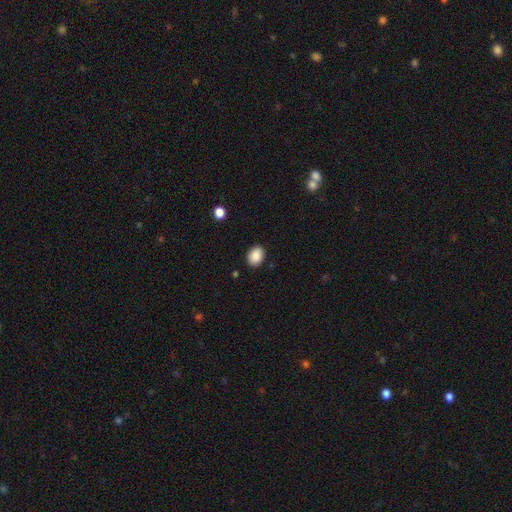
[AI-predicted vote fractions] The model was most divided on "how rounded": in between: 68%, round: 31%, cigar-shaped: 1%. More confident: smooth or featured — smooth (89%); merging — none (87%).